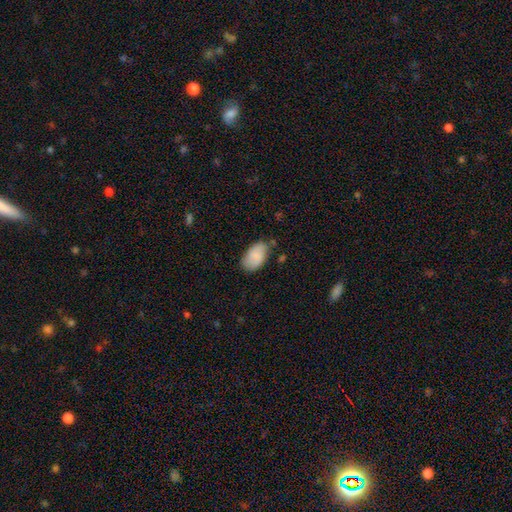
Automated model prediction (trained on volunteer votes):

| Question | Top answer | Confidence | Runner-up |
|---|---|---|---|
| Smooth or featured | smooth | 84% | featured or disk (9%) |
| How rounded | in between | 94% | round (5%) |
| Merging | none | 65% | minor disturbance (27%) |